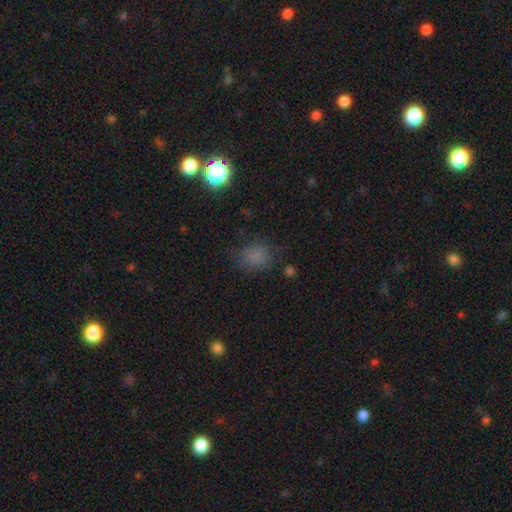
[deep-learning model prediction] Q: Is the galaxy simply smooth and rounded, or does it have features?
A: smooth — 74%.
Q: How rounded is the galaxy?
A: round — 59%.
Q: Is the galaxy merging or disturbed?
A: none — 71%.